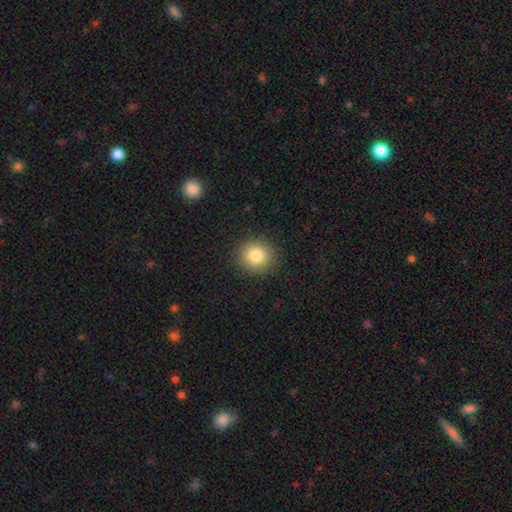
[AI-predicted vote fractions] Smooth or featured? Predicted: smooth (p=0.83). How rounded? Predicted: round (p=0.90). Merging? Predicted: none (p=0.91).